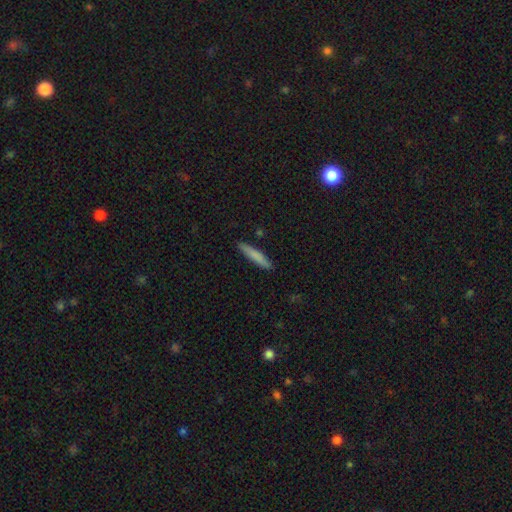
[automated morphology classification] Smooth or featured? Predicted: smooth (p=0.80). How rounded? Predicted: cigar-shaped (p=0.92). Merging? Predicted: none (p=0.89).